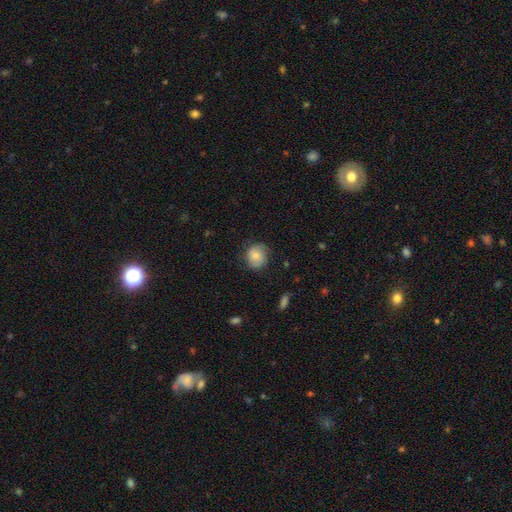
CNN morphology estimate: Overall: smooth (70%). How rounded: round (76%). Merging: none (69%).